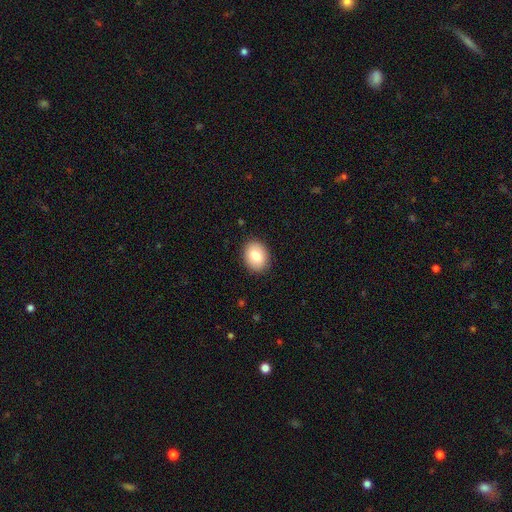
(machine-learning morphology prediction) Smooth or featured? Predicted: smooth (p=0.80). How rounded? Predicted: in between (p=0.58). Merging? Predicted: none (p=0.88).